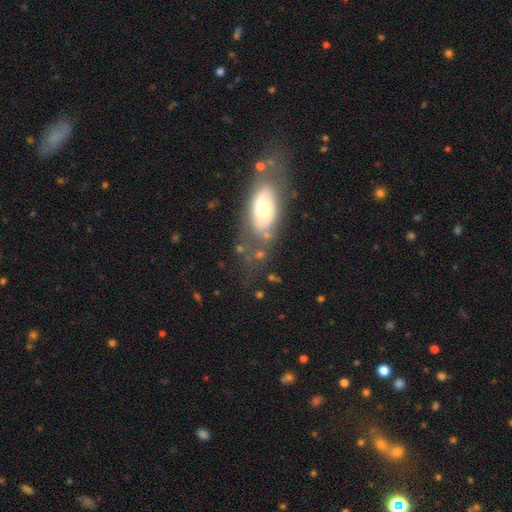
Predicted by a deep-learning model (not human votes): A smooth galaxy with no disk features (46%).

Vote fractions:
- Smooth or featured? smooth: 46% / featured or disk: 44% / star or artifact: 10%
- Merging? none: 54% / minor disturbance: 20% / major disturbance: 18% / merger: 7%